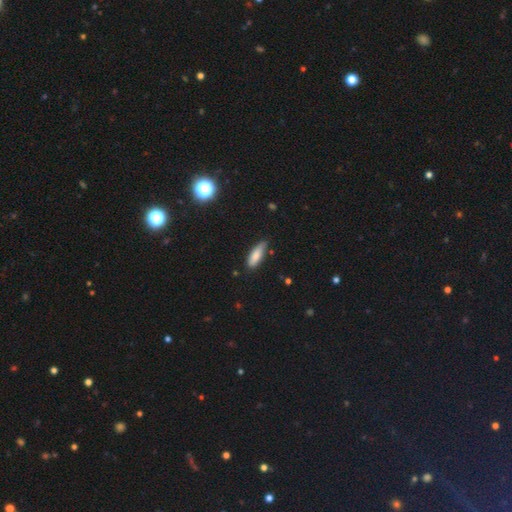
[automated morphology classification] This appears to be a smooth galaxy with no disk features (80%) that is in between round and cigar-shaped (53%). Merging: none (73%).